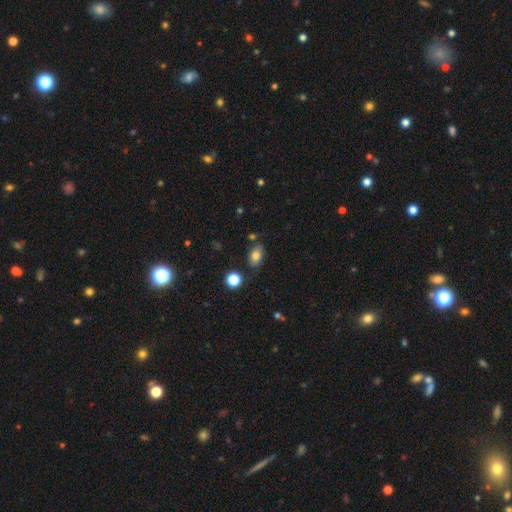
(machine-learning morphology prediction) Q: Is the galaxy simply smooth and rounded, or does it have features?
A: smooth — 78%.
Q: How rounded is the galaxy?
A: in between — 84%.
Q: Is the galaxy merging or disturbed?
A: none — 77%.